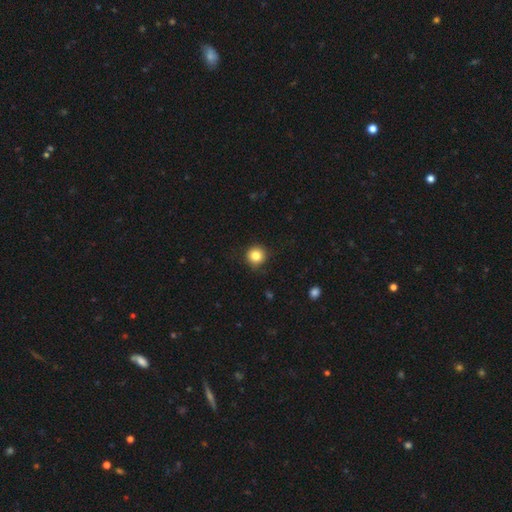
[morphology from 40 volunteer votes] smooth 85%, star or artifact 10%, featured or disk 5%. Down the decision tree: how rounded — round (94%); merging — none (78%).